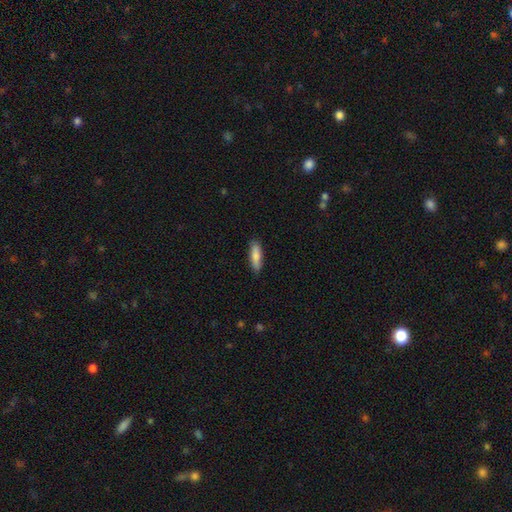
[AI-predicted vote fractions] A smooth galaxy with no disk features (82%) that is cigar-shaped (60%). Merging: none (87%).